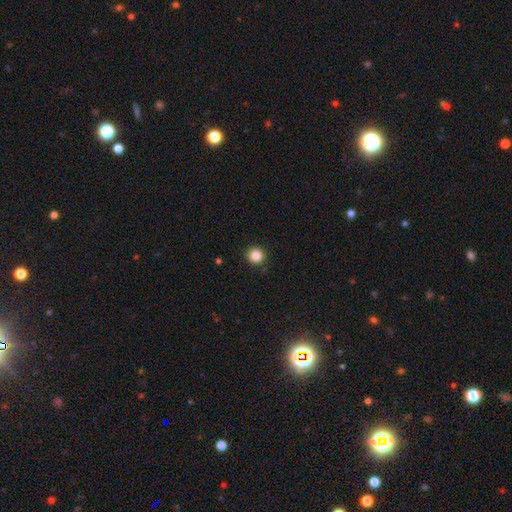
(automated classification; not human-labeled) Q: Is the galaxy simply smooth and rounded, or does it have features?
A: smooth — 85%.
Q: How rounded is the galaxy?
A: round — 95%.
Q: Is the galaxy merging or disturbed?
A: none — 92%.